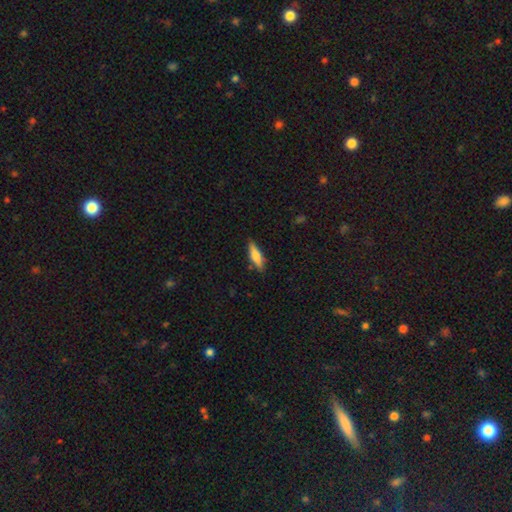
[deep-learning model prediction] Overall: smooth (70%). How rounded: cigar-shaped (62%; in between 36%). Merging: none (84%).